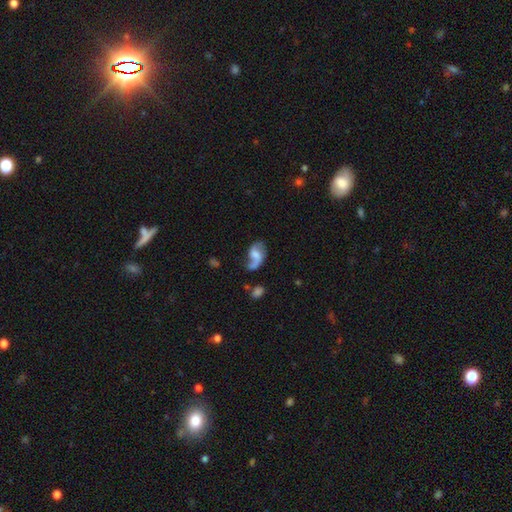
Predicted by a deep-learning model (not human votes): Smooth or featured? Predicted: featured or disk (p=0.71). Edge-on disk? Predicted: no (p=0.97). Bar? Predicted: weak (p=0.44). Spiral arms? Predicted: yes (p=0.91). Spiral winding? Predicted: loose (p=0.72). Spiral arm count? Predicted: 2 (p=0.74). Bulge size? Predicted: none (p=0.30, tied with moderate). Merging? Predicted: none (p=0.48).